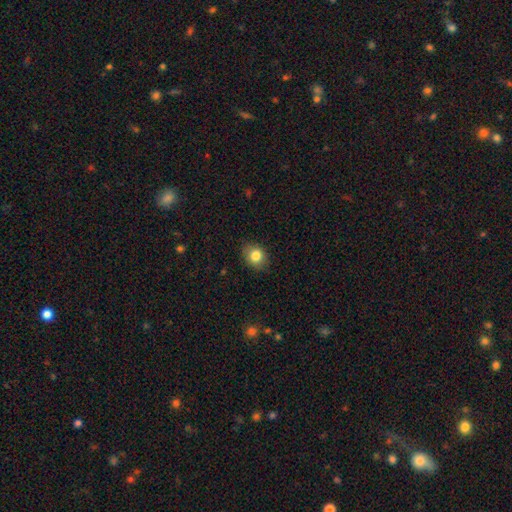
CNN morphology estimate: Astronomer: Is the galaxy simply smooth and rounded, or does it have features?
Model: smooth — 82%.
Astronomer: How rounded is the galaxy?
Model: round — 57% (runner-up: in between, 42%).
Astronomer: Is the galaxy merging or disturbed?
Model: none — 85%.